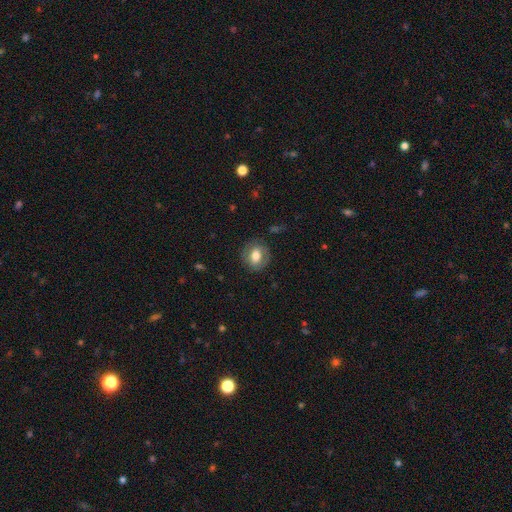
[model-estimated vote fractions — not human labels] Smooth or featured: smooth — 68% (featured or disk — 24%)
How rounded: round — 54% (in between — 45%)
Merging: none — 81% (minor disturbance — 13%)